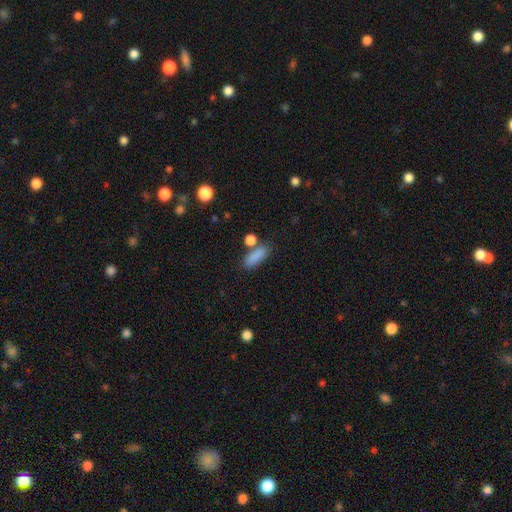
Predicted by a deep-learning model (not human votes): Q: Smooth or featured?
A: smooth (85%); runner-up: star or artifact (9%)
Q: How rounded?
A: in between (64%); runner-up: cigar-shaped (30%)
Q: Merging?
A: none (69%); runner-up: merger (14%)